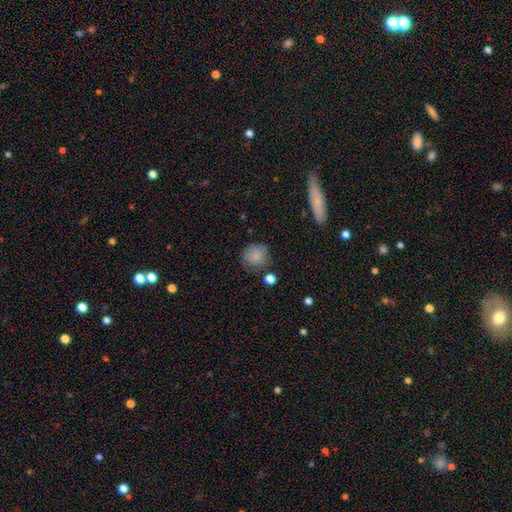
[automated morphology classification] Q: Smooth or featured?
A: smooth (83%); runner-up: star or artifact (9%)
Q: How rounded?
A: round (85%); runner-up: in between (14%)
Q: Merging?
A: none (70%); runner-up: minor disturbance (20%)